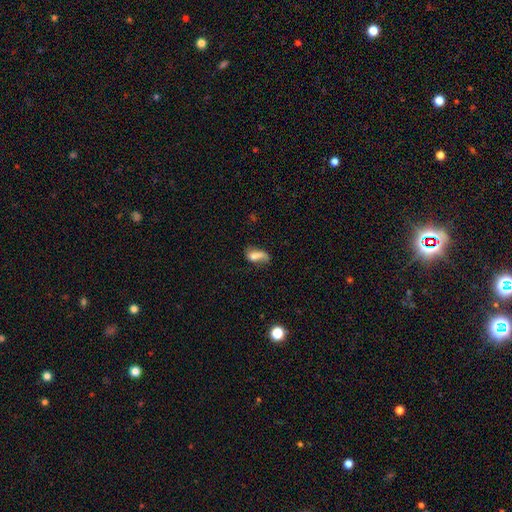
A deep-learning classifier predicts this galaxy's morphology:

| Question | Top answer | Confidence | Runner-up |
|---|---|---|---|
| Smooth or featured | smooth | 61% | featured or disk (28%) |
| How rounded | in between | 85% | cigar-shaped (9%) |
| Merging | none | 38% | major disturbance (27%) |